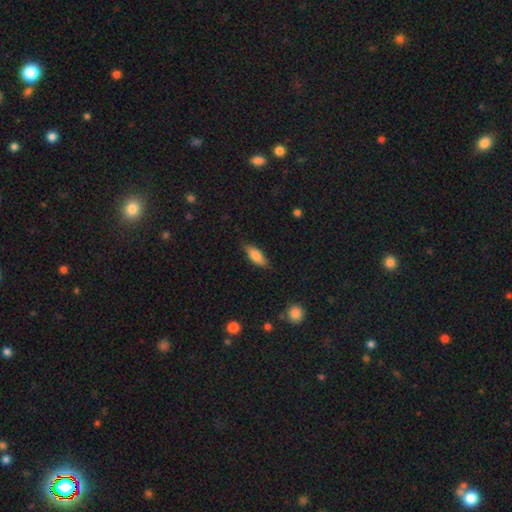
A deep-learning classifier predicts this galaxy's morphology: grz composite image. It shows a smooth galaxy with no disk features (79%) that is in between round and cigar-shaped (69%). Merging: none (82%).